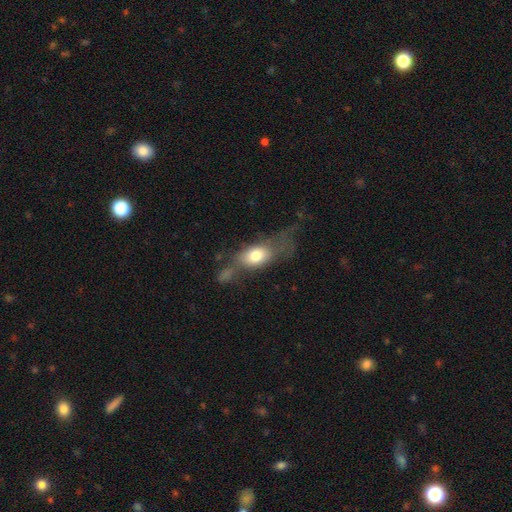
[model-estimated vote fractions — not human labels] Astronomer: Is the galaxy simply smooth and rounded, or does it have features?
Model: smooth — 69%.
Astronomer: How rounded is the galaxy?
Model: in between — 78%.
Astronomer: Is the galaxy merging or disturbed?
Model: none — 33% (runner-up: major disturbance, 32%).